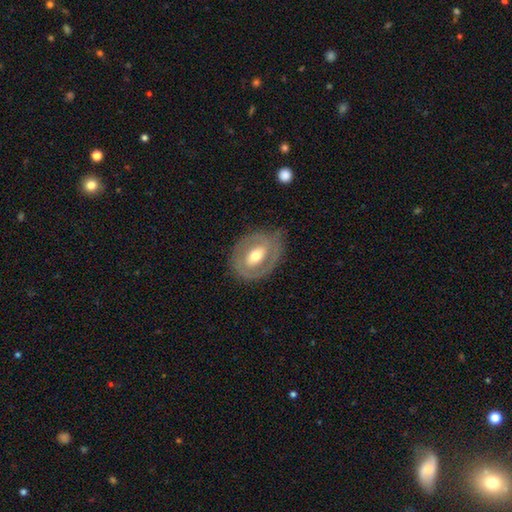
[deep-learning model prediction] featured or disk 63%, smooth 32%, star or artifact 5%. Down the decision tree: edge-on disk — no (93%); bar — no (39%); spiral arms — no (63%); bulge size — moderate (69%); merging — none (70%).